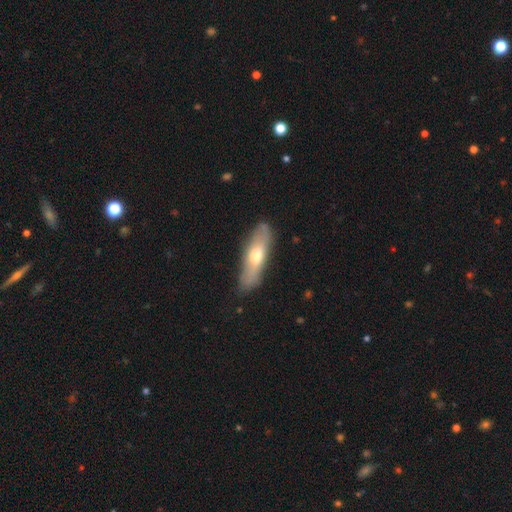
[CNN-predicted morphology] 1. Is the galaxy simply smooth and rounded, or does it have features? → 54% smooth, 40% featured or disk, 6% star or artifact.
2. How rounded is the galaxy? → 52% cigar-shaped, 45% in between, 3% round.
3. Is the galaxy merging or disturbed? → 80% none, 15% minor disturbance, 3% major disturbance, 1% merger.